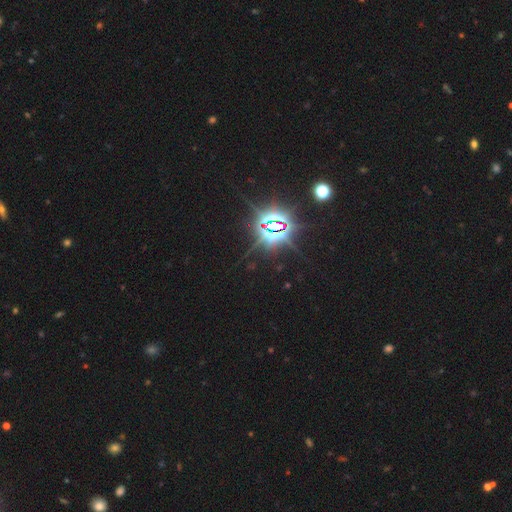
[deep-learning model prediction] A star or artifact, not a galaxy (86%).

Vote fractions:
- Smooth or featured? star or artifact: 86% / smooth: 8% / featured or disk: 6%